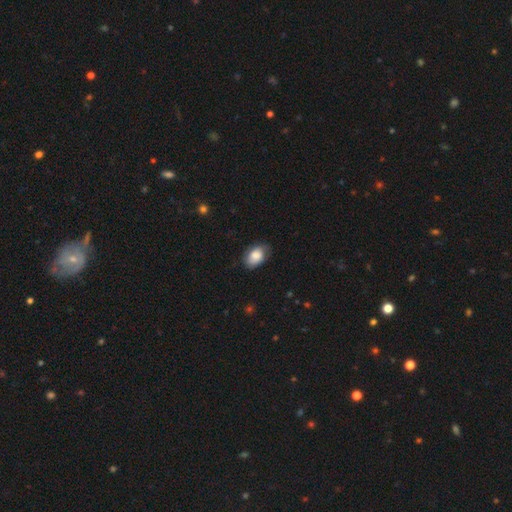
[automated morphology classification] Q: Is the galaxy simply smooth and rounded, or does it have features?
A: smooth — 82%.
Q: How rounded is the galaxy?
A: in between — 87%.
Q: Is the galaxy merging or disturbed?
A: none — 70%.